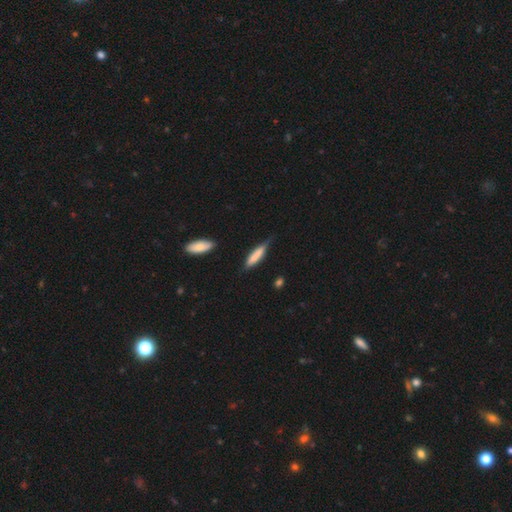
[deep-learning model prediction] Smooth or featured? Predicted: smooth (p=0.76). How rounded? Predicted: cigar-shaped (p=0.73). Merging? Predicted: none (p=0.58).